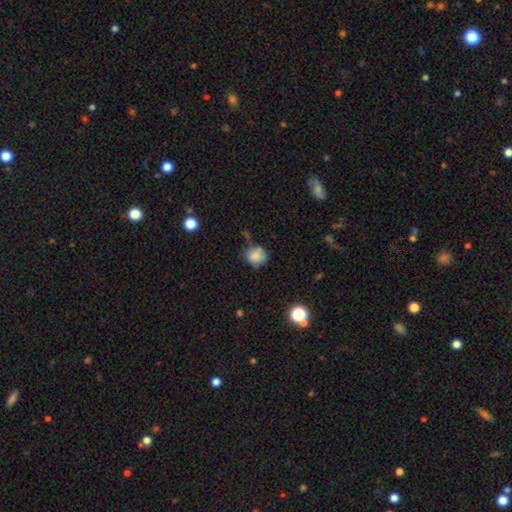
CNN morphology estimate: smooth 79%, star or artifact 11%, featured or disk 10%. Down the decision tree: how rounded — round (72%); merging — none (50%).